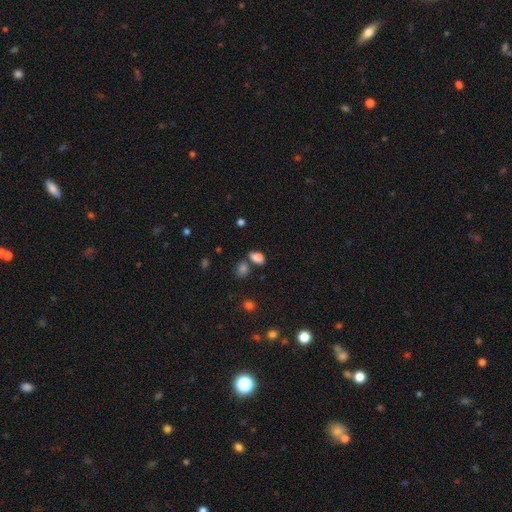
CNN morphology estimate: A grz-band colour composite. It shows a smooth galaxy with no disk features (50%) that is round (52%). Merging: none (63%).